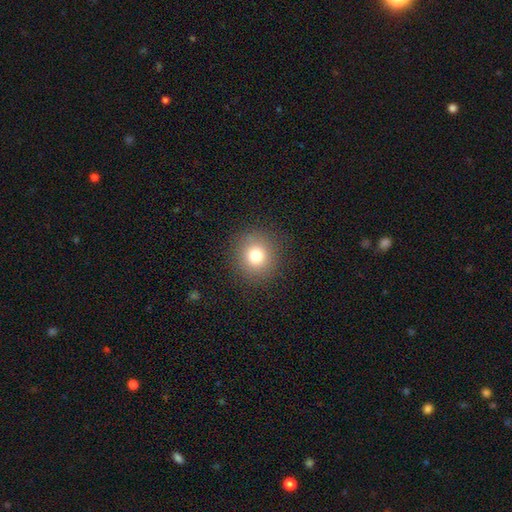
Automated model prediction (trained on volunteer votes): A smooth galaxy with no disk features (77%) that is round (91%). Merging: none (89%).